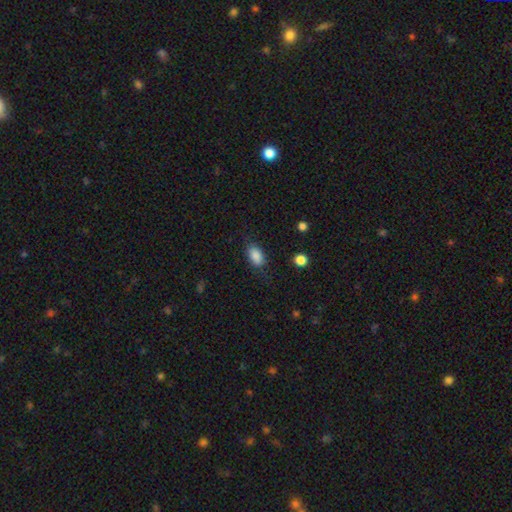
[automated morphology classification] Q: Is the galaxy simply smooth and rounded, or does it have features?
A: smooth — 87%.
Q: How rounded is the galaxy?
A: in between — 90%.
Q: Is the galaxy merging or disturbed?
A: none — 75%.